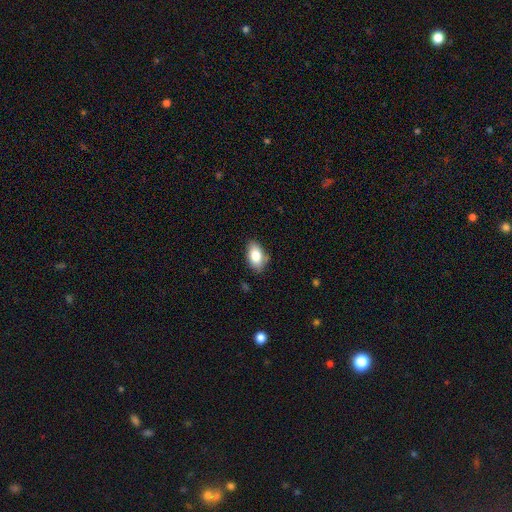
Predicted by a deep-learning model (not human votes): Q: Smooth or featured?
A: smooth (81%); runner-up: featured or disk (11%)
Q: How rounded?
A: in between (92%); runner-up: round (6%)
Q: Merging?
A: none (81%); runner-up: minor disturbance (15%)